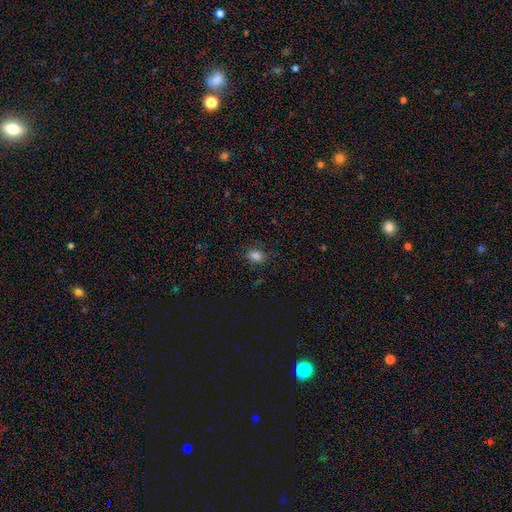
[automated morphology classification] smooth_or_featured: smooth (p=0.83) [alt: star or artifact p=0.13]
how_rounded: in between (p=0.72) [alt: round p=0.27]
merging: none (p=0.82) [alt: minor disturbance p=0.13]